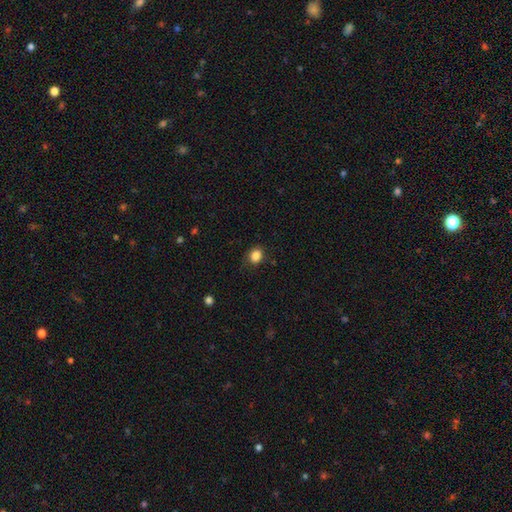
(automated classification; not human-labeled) Smooth or featured? Predicted: smooth (p=0.85). How rounded? Predicted: round (p=0.61). Merging? Predicted: none (p=0.80).